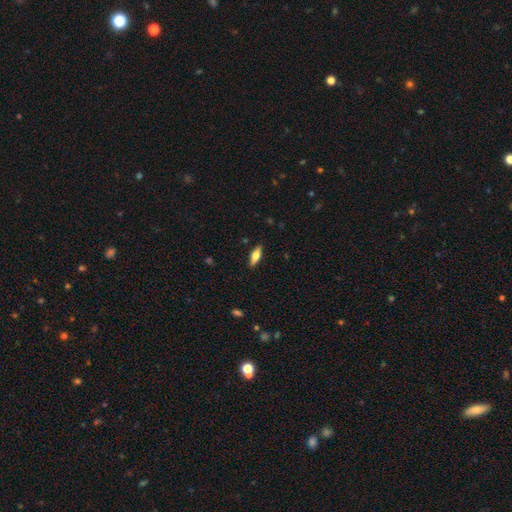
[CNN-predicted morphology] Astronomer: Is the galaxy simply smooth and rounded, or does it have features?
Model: smooth — 61%.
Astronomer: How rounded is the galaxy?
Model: in between — 69%.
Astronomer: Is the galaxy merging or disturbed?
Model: none — 87%.